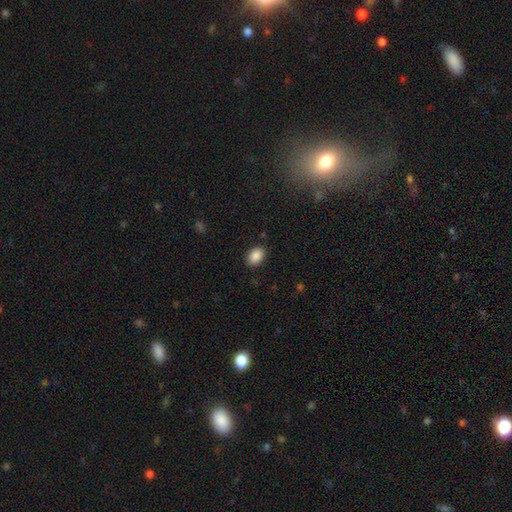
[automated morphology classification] This appears to be a smooth galaxy with no disk features (88%) that is in between round and cigar-shaped (82%). Merging: none (87%).